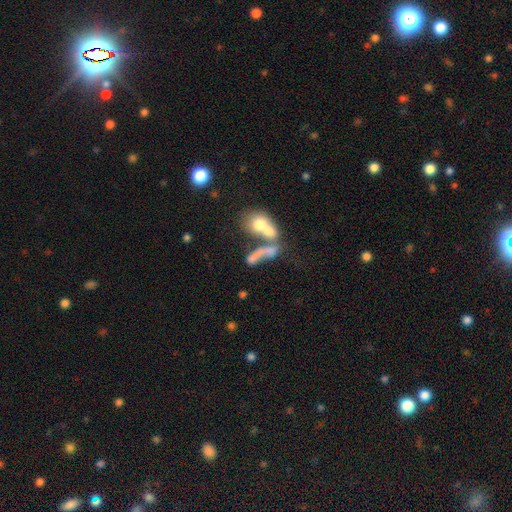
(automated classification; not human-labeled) A smooth galaxy with no disk features (56%) that is in between round and cigar-shaped (54%).

Vote fractions:
- Smooth or featured? smooth: 56% / featured or disk: 32% / star or artifact: 12%
- How rounded? in between: 54% / cigar-shaped: 28% / round: 18%
- Merging? merger: 61% / major disturbance: 17% / none: 15% / minor disturbance: 7%